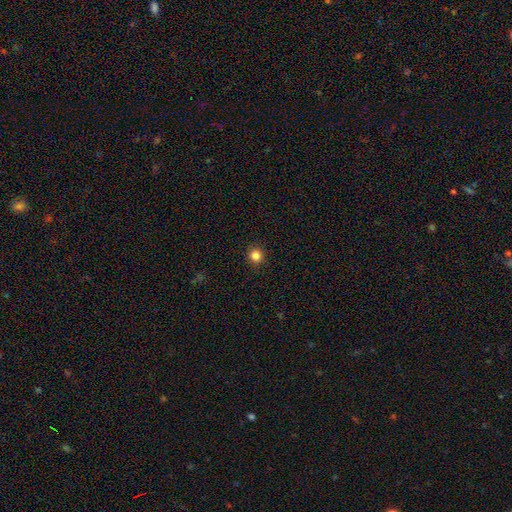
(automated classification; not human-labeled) The model was most divided on "smooth or featured": smooth: 84%, star or artifact: 12%, featured or disk: 4%. More confident: how rounded — round (93%); merging — none (92%).